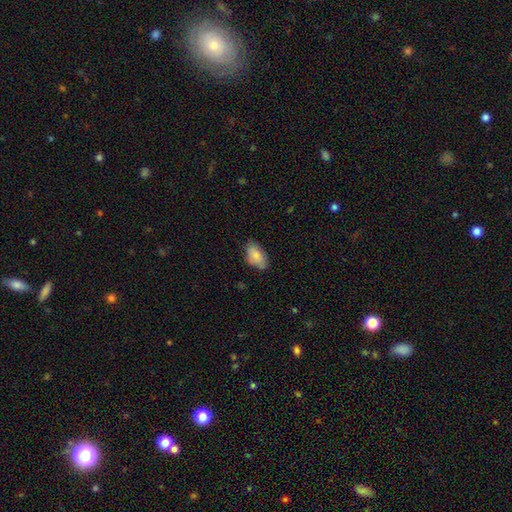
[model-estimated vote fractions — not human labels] Smooth or featured: smooth — 83% (featured or disk — 10%)
How rounded: in between — 92% (round — 5%)
Merging: none — 70% (minor disturbance — 25%)